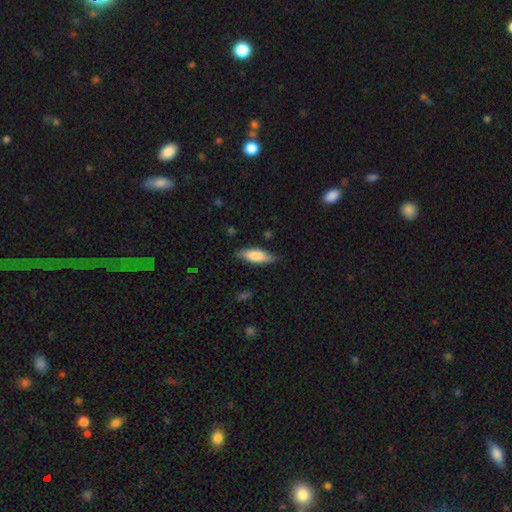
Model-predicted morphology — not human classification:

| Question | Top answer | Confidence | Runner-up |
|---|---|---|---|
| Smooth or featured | smooth | 76% | featured or disk (18%) |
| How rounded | in between | 64% | cigar-shaped (35%) |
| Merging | none | 79% | minor disturbance (17%) |